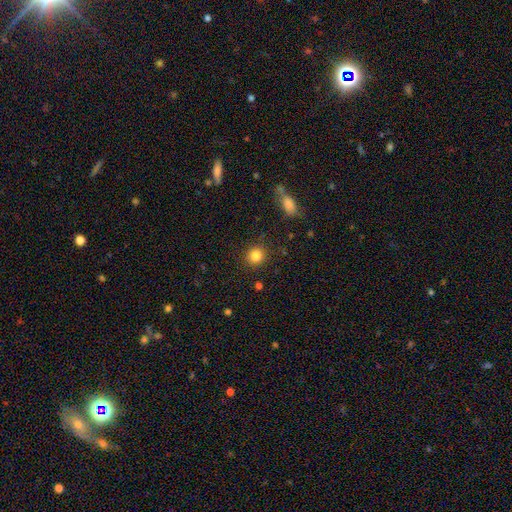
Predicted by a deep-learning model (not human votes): smooth_or_featured: smooth (p=0.84) [alt: star or artifact p=0.11]
how_rounded: round (p=0.90) [alt: in between p=0.09]
merging: none (p=0.89) [alt: minor disturbance p=0.07]